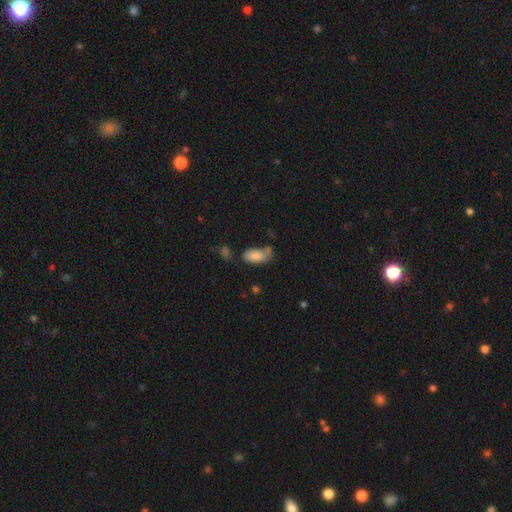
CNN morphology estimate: Smooth or featured: smooth — 82% (featured or disk — 11%)
How rounded: in between — 93% (cigar-shaped — 4%)
Merging: none — 47% (minor disturbance — 29%)